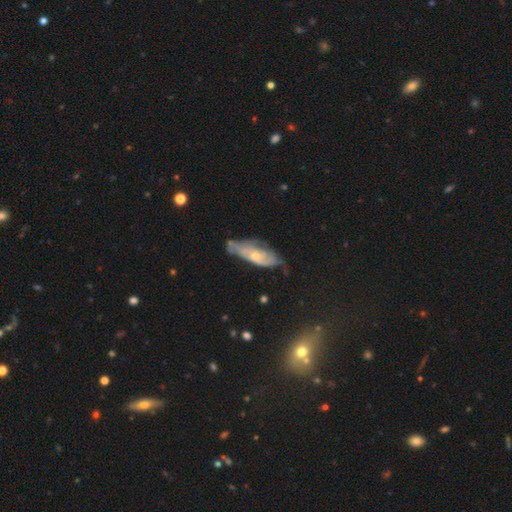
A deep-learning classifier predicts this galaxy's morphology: Smooth or featured: featured or disk — 58% (smooth — 34%)
Edge-on disk: no — 81% (yes — 19%)
Merging: none — 44% (minor disturbance — 34%)